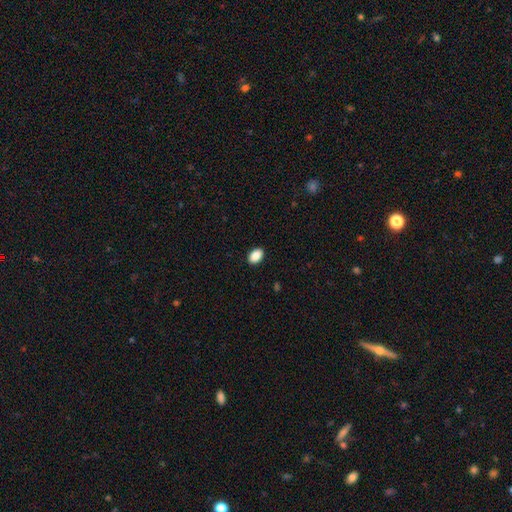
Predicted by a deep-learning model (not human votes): The model was most divided on "how rounded": in between: 87%, round: 12%, cigar-shaped: 1%. More confident: merging — none (90%); smooth or featured — smooth (89%).